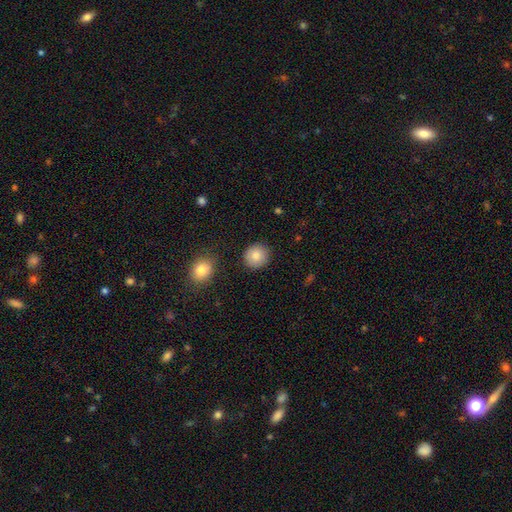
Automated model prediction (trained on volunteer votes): The model was most divided on "smooth or featured": smooth: 85%, star or artifact: 8%, featured or disk: 7%. More confident: how rounded — round (92%); merging — none (89%).